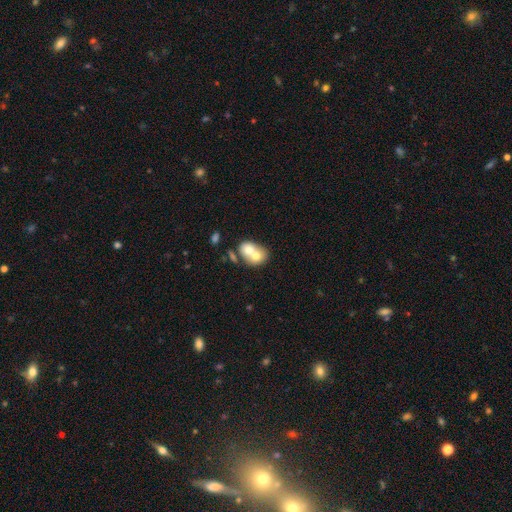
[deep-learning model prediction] Smooth or featured: smooth — 64% (featured or disk — 28%)
How rounded: round — 51% (in between — 48%)
Merging: merger — 71% (none — 20%)